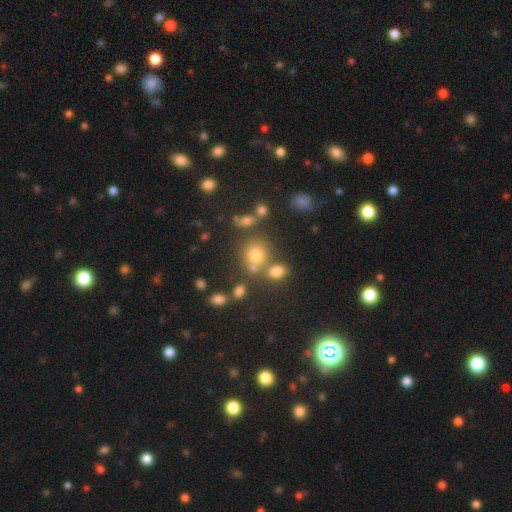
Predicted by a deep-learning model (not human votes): A smooth galaxy with no disk features (61%) that is round (82%).

Vote fractions:
- Smooth or featured? smooth: 61% / star or artifact: 29% / featured or disk: 10%
- How rounded? round: 82% / in between: 17% / cigar-shaped: 1%
- Merging? none: 65% / merger: 22% / minor disturbance: 9% / major disturbance: 4%